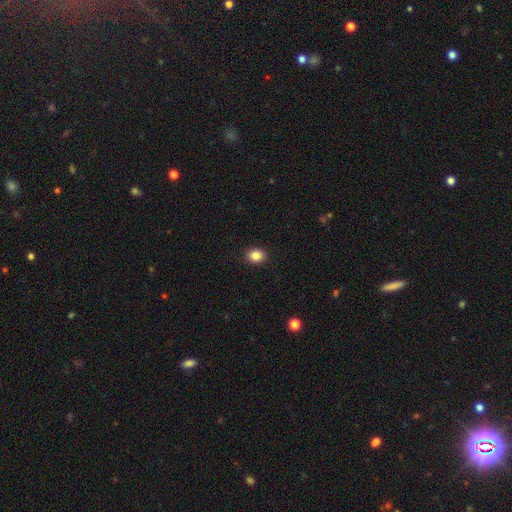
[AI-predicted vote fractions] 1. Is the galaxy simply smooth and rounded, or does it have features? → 86% smooth, 9% star or artifact, 5% featured or disk.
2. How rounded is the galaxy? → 52% in between, 48% round, 1% cigar-shaped.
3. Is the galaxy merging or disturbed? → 91% none, 6% minor disturbance, 2% major disturbance, 1% merger.